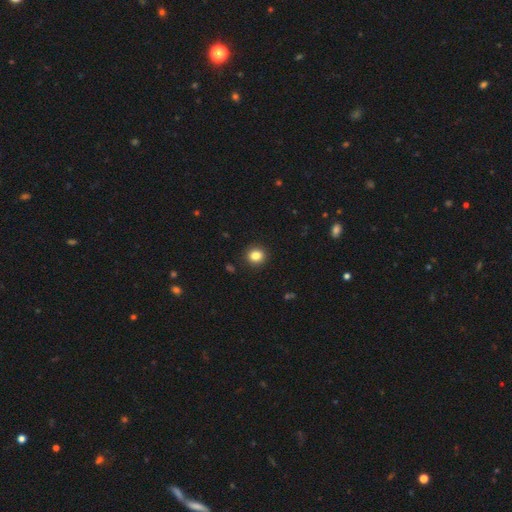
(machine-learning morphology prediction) The model was most divided on "how rounded": round: 86%, in between: 13%, cigar-shaped: 1%. More confident: merging — none (92%); smooth or featured — smooth (84%).